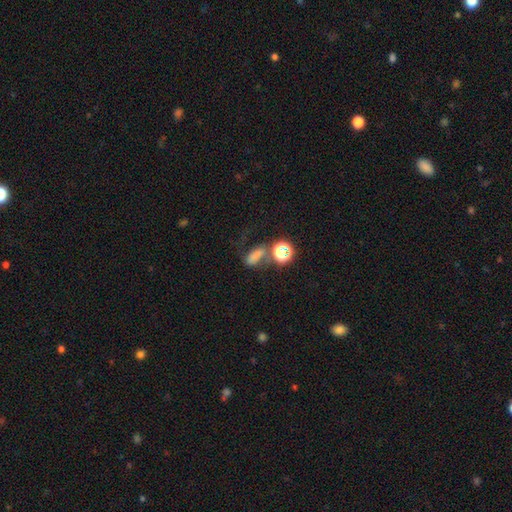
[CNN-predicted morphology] A smooth galaxy with no disk features (64%) that is in between round and cigar-shaped (63%).

Vote fractions:
- Smooth or featured? smooth: 64% / star or artifact: 24% / featured or disk: 12%
- How rounded? in between: 63% / round: 22% / cigar-shaped: 15%
- Merging? none: 44% / merger: 24% / minor disturbance: 16% / major disturbance: 16%